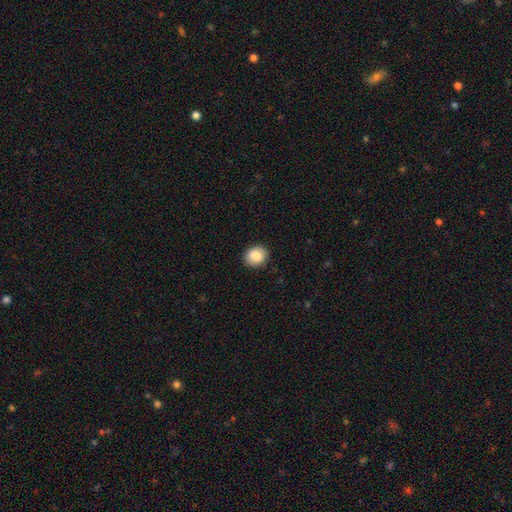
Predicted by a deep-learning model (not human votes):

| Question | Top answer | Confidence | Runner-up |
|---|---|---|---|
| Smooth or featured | smooth | 85% | star or artifact (8%) |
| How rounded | round | 62% | in between (37%) |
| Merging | none | 90% | minor disturbance (7%) |